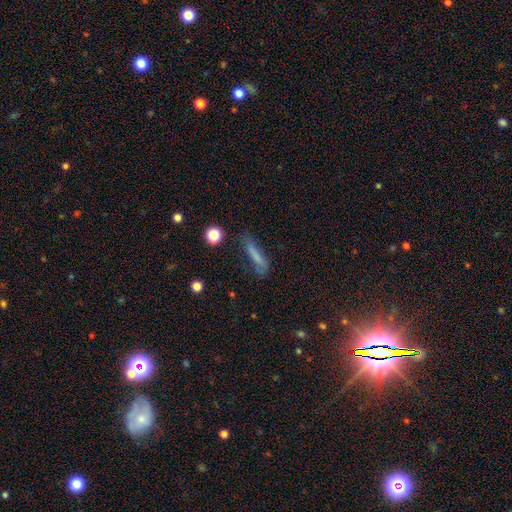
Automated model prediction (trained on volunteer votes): Overall: smooth (69%). How rounded: cigar-shaped (78%). Merging: none (60%; minor disturbance 25%).